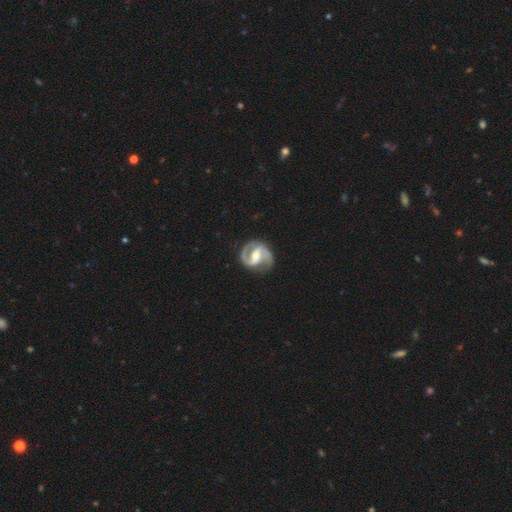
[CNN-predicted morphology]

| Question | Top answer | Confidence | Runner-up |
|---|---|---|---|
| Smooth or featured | featured or disk | 91% | smooth (6%) |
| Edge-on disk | no | 98% | yes (2%) |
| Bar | strong | 53% | weak (35%) |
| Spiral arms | yes | 97% | no (3%) |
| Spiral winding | medium | 55% | tight (31%) |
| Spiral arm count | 2 | 92% | can't tell (2%) |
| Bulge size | moderate | 63% | small (29%) |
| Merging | none | 80% | minor disturbance (13%) |